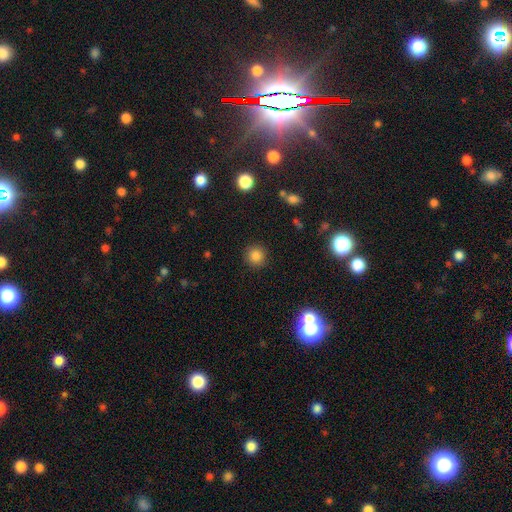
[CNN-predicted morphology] Smooth or featured? Predicted: smooth (p=0.83). How rounded? Predicted: round (p=0.94). Merging? Predicted: none (p=0.90).